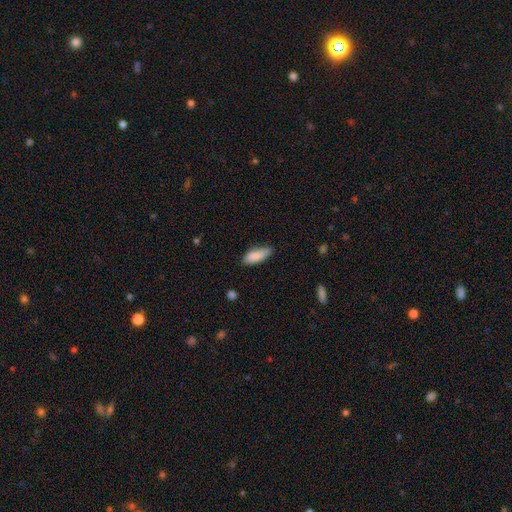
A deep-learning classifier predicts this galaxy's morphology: smooth-or-featured: smooth: 87% | featured or disk: 7% | star or artifact: 6%
  how-rounded: in between: 73% | cigar-shaped: 25% | round: 2%
  merging: none: 71% | minor disturbance: 24% | major disturbance: 4% | merger: 2%